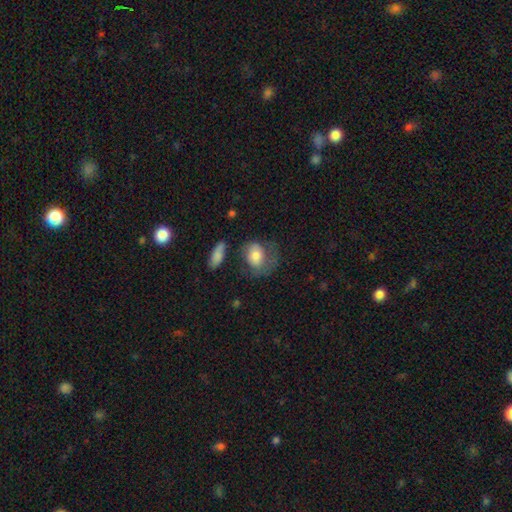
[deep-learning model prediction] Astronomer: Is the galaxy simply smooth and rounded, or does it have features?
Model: smooth — 69%.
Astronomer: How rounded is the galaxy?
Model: in between — 59% (runner-up: round, 40%).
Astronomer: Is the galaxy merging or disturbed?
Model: major disturbance — 35% (runner-up: none, 33%).